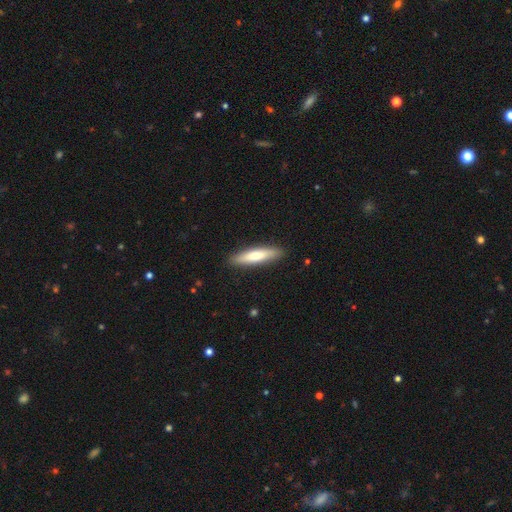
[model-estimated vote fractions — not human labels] This appears to be a smooth galaxy with no disk features (71%) that is cigar-shaped (78%). Merging: none (90%).